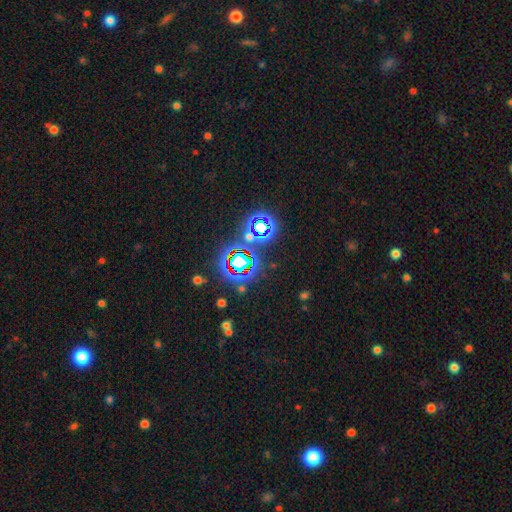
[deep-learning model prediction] Smooth or featured: star or artifact — 69% (smooth — 21%)